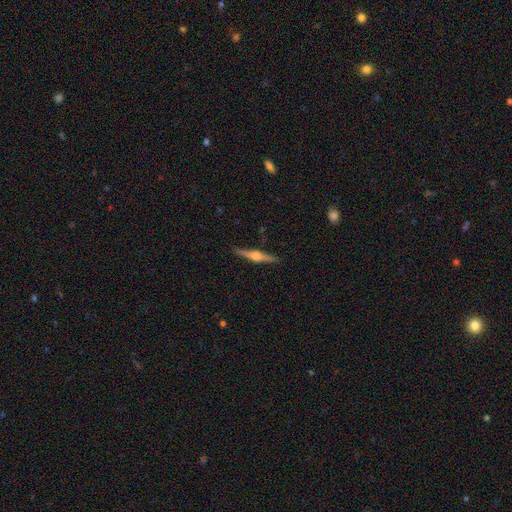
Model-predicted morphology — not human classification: The model was most divided on "smooth or featured": featured or disk: 80%, smooth: 14%, star or artifact: 6%. More confident: edge-on disk — yes (98%); merging — none (91%); edge-on bulge — rounded (91%).